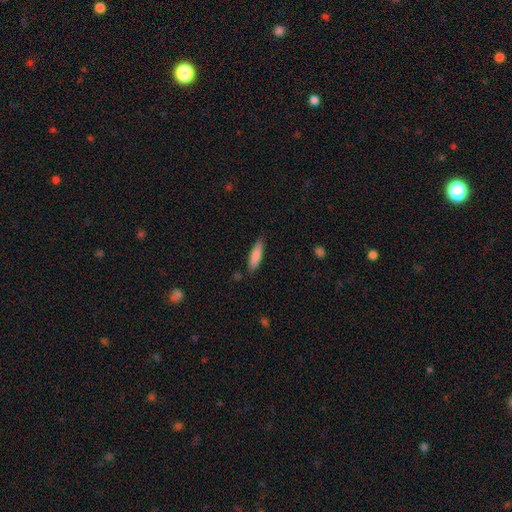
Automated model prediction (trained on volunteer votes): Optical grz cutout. It shows a smooth galaxy with no disk features (84%) that is cigar-shaped (71%). Merging: none (82%).